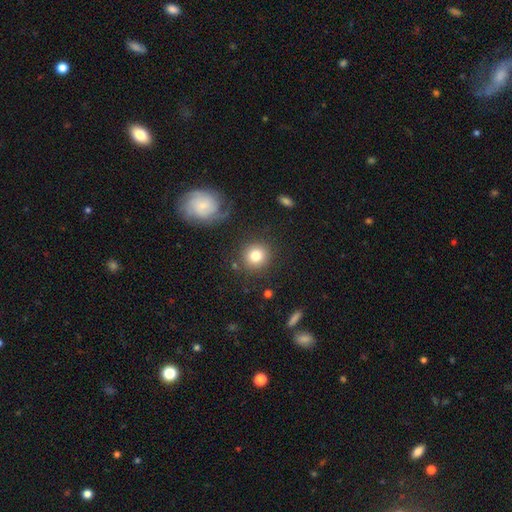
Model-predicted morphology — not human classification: Smooth or featured? smooth (82%)
How rounded? round (89%)
Merging? none (84%)